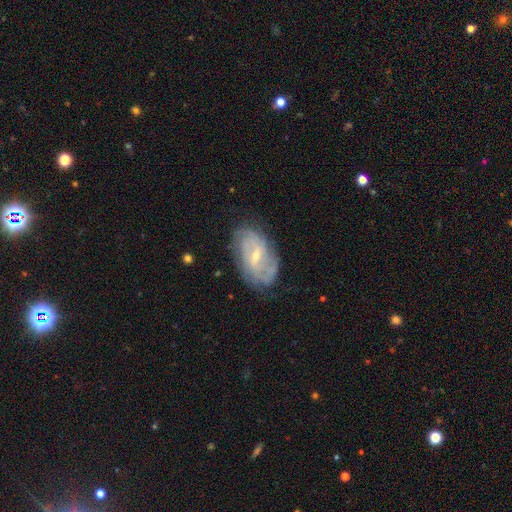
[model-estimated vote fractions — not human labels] featured or disk 78%, smooth 15%, star or artifact 7%. Down the decision tree: edge-on disk — no (95%); bar — weak (54%); spiral arms — yes (89%); spiral arm count — can't tell (43%); spiral winding — tight (52%); bulge size — small (66%); merging — none (73%).